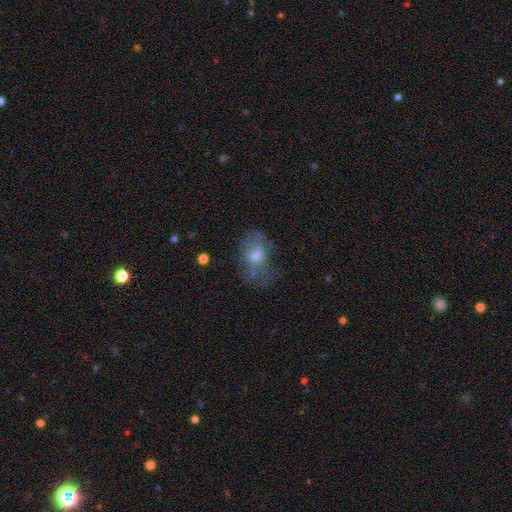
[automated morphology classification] smooth-or-featured: featured or disk: 45% | smooth: 41% | star or artifact: 13%
  merging: none: 45% | major disturbance: 28% | minor disturbance: 24% | merger: 3%